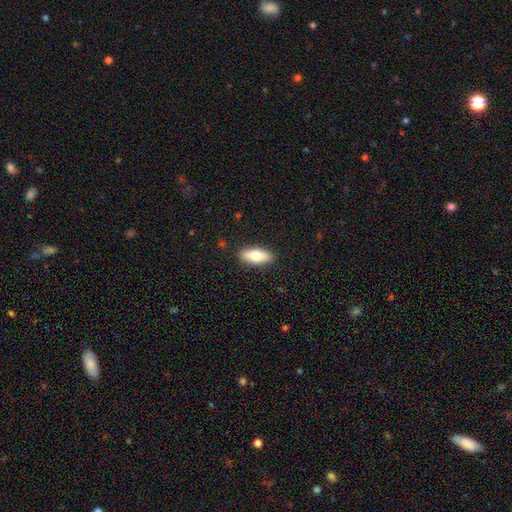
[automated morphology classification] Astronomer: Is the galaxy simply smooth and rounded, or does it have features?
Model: smooth — 70%.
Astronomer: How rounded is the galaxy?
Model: in between — 73%.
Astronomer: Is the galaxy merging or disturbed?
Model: none — 89%.